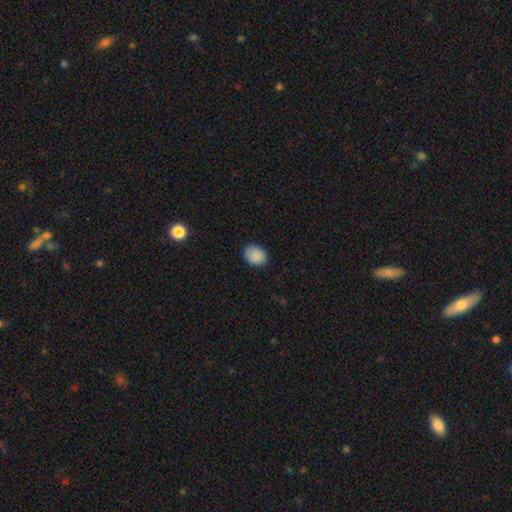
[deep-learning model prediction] Smooth or featured?
  - smooth: 88% *
  - star or artifact: 8%
  - featured or disk: 4%
How rounded?
  - in between: 56% *
  - round: 43%
  - cigar-shaped: 1%
Merging?
  - none: 79% *
  - minor disturbance: 17%
  - major disturbance: 3%
  - merger: 1%